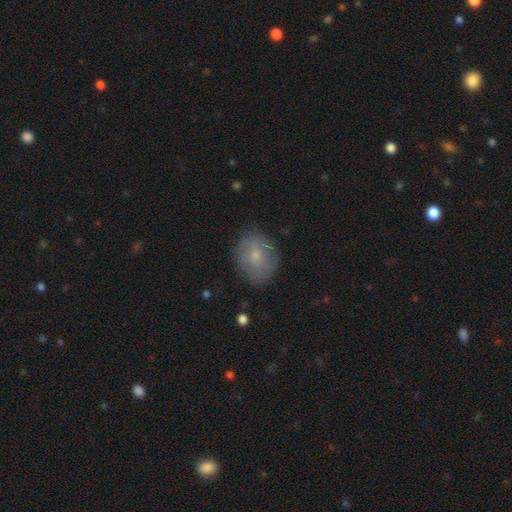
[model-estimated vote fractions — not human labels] This is likely a smooth galaxy (68%). How rounded: possibly round (54%). Merging: likely none (79%).